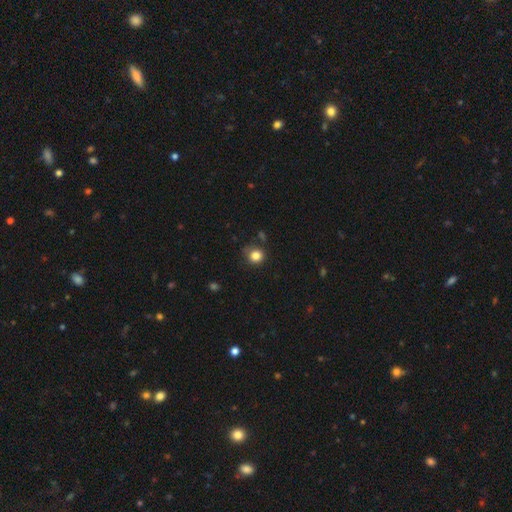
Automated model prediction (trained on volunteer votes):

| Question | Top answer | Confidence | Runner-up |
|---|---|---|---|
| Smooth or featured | smooth | 83% | star or artifact (11%) |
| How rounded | round | 84% | in between (15%) |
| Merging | none | 73% | minor disturbance (19%) |